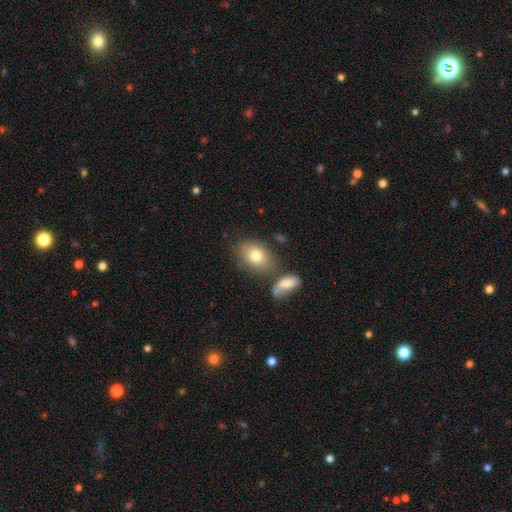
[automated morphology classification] Overall: smooth (78%). How rounded: in between (76%). Merging: none (66%).